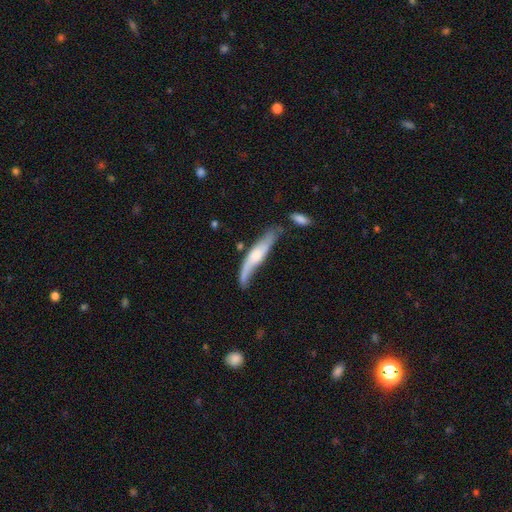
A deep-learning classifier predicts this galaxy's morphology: Smooth or featured? Predicted: featured or disk (p=0.54). Edge-on disk? Predicted: yes (p=0.62). Merging? Predicted: none (p=0.48).